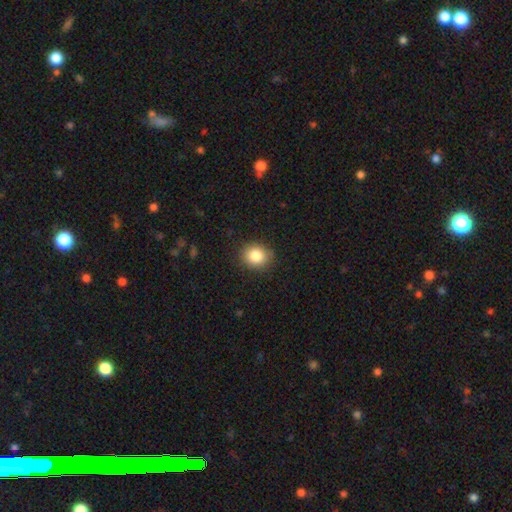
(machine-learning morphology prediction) A smooth galaxy with no disk features (85%) that is round (71%). Merging: none (88%).